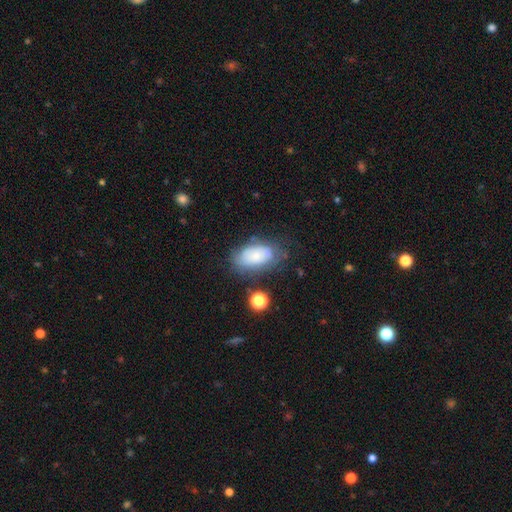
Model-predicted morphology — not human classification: The model was most divided on "merging": none: 60%, minor disturbance: 25%, major disturbance: 11%, merger: 4%. More confident: how rounded — in between (92%); smooth or featured — smooth (65%).